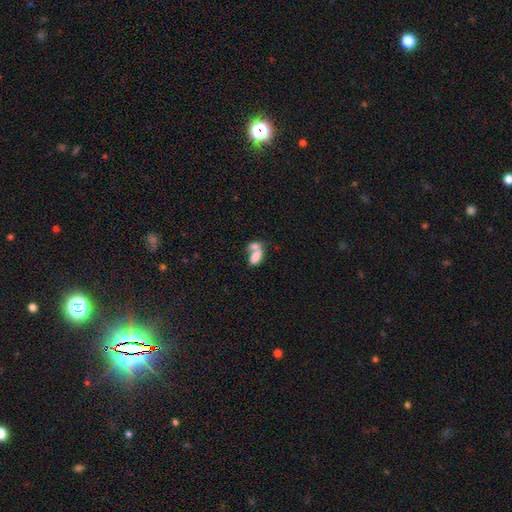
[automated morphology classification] Q: Smooth or featured?
A: smooth (75%); runner-up: featured or disk (16%)
Q: How rounded?
A: in between (88%); runner-up: round (8%)
Q: Merging?
A: merger (67%); runner-up: none (21%)